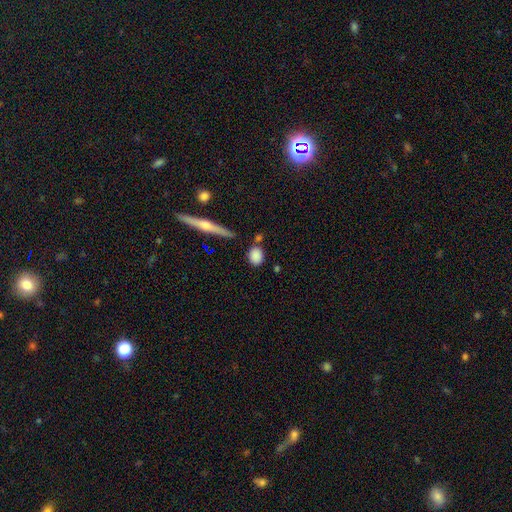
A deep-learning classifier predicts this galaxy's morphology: Smooth or featured? smooth (84%)
How rounded? round (50%)
Merging? none (75%)